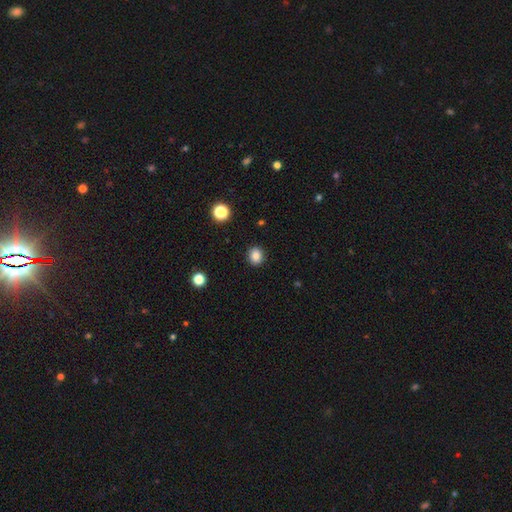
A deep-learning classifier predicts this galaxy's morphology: A smooth galaxy with no disk features (83%) that is round (77%). Merging: none (91%).